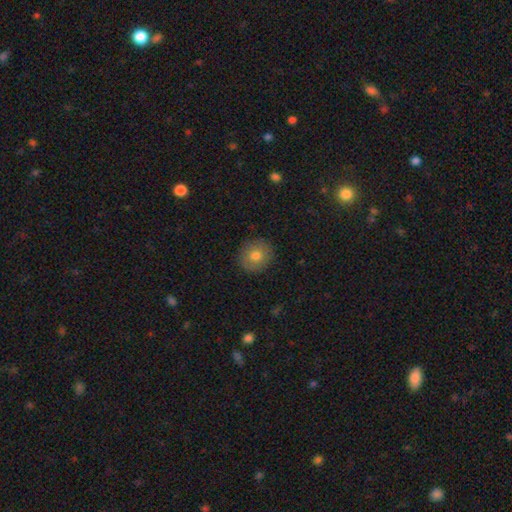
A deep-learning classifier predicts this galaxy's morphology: The model was most divided on "smooth or featured": smooth: 77%, featured or disk: 14%, star or artifact: 10%. More confident: merging — none (90%); how rounded — round (89%).